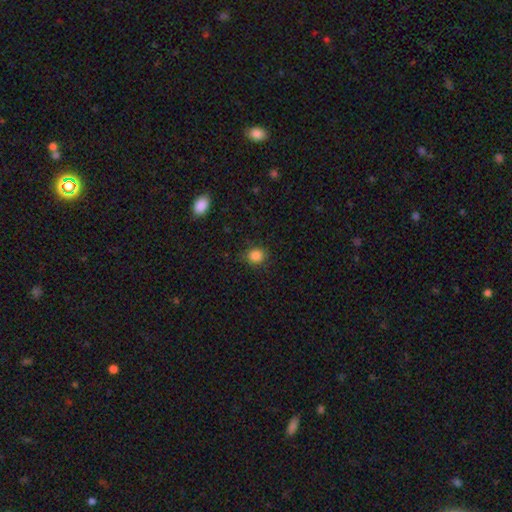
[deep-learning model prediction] Q: Smooth or featured?
A: smooth (85%); runner-up: star or artifact (11%)
Q: How rounded?
A: round (70%); runner-up: in between (29%)
Q: Merging?
A: none (84%); runner-up: minor disturbance (11%)